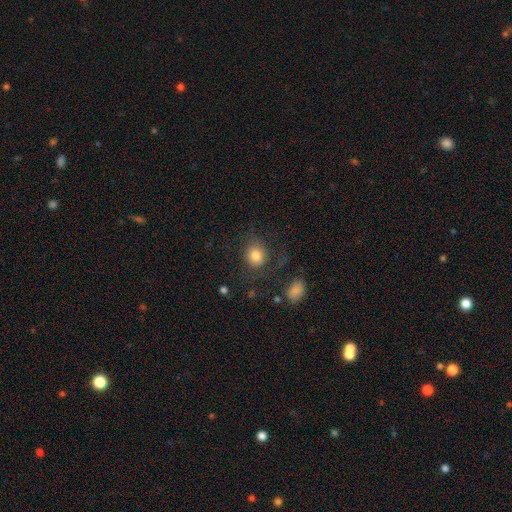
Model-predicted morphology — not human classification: The model was most divided on "merging": none: 62%, minor disturbance: 18%, major disturbance: 17%, merger: 3%. More confident: smooth or featured — smooth (80%); how rounded — round (76%).